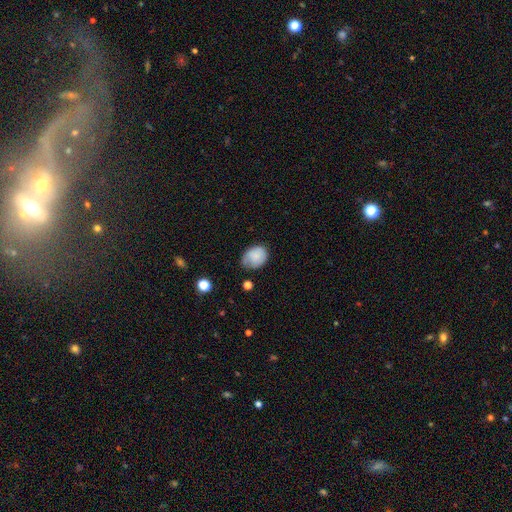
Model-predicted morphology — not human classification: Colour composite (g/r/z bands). It shows a smooth galaxy with no disk features (78%) that is in between round and cigar-shaped (59%). Merging: none (49%).